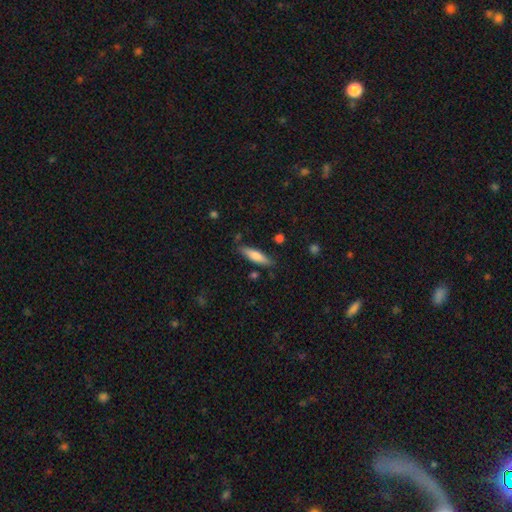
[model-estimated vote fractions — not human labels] Smooth or featured: smooth — 72% (featured or disk — 22%)
How rounded: cigar-shaped — 71% (in between — 28%)
Merging: none — 81% (minor disturbance — 13%)